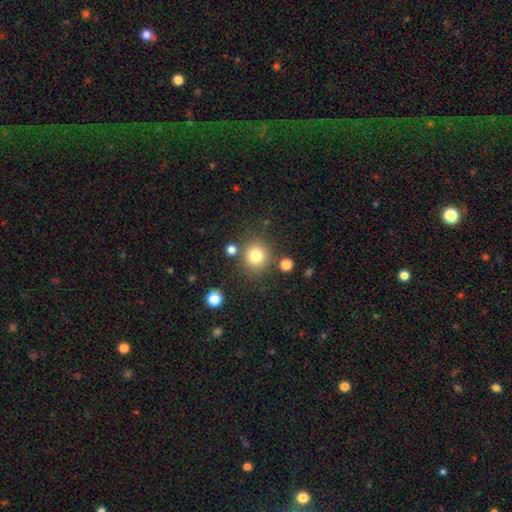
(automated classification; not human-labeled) smooth 80%, star or artifact 12%, featured or disk 8%. Down the decision tree: how rounded — round (88%); merging — none (80%).